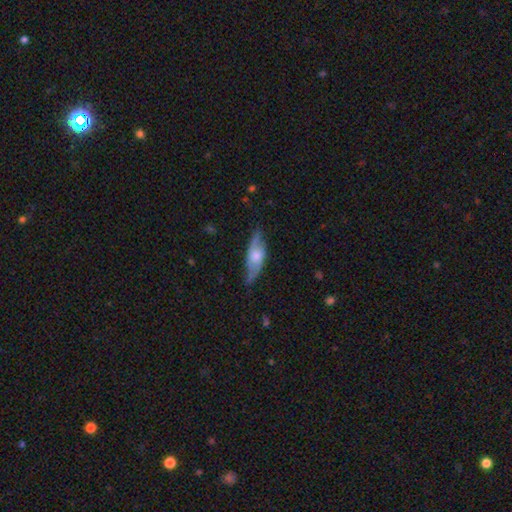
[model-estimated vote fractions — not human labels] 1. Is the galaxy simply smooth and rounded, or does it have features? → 51% featured or disk, 43% smooth, 6% star or artifact.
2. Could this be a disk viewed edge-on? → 50% no (tied), 50% yes (tied).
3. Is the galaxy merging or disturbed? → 69% none, 24% minor disturbance, 6% major disturbance, 2% merger.